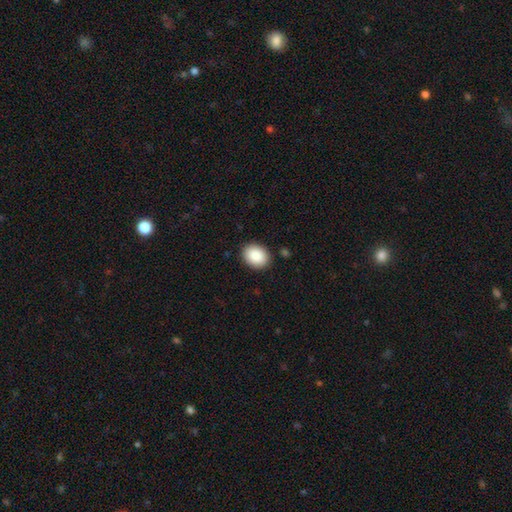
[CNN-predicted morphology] Q: Smooth or featured?
A: smooth (90%); runner-up: star or artifact (7%)
Q: How rounded?
A: in between (58%); runner-up: round (41%)
Q: Merging?
A: none (89%); runner-up: minor disturbance (8%)